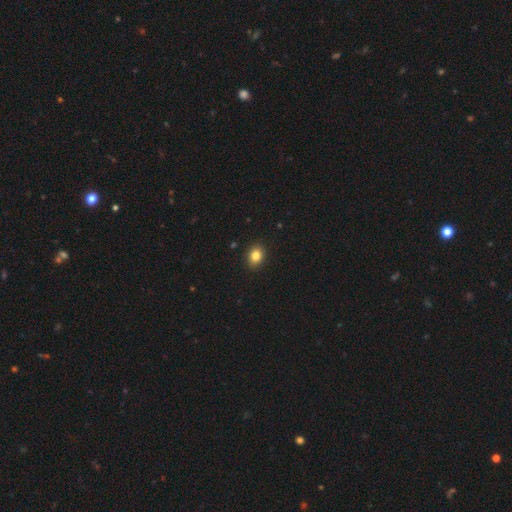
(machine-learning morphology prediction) The model was most divided on "how rounded": in between: 60%, round: 39%, cigar-shaped: 1%. More confident: merging — none (90%); smooth or featured — smooth (84%).